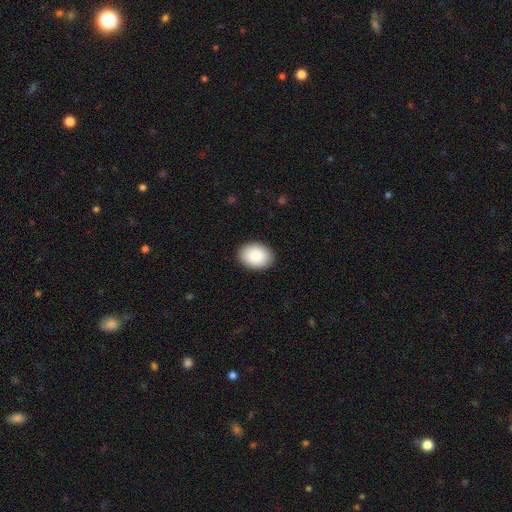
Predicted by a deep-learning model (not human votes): Smooth or featured: smooth — 89% (star or artifact — 6%)
How rounded: in between — 77% (round — 22%)
Merging: none — 90% (minor disturbance — 7%)